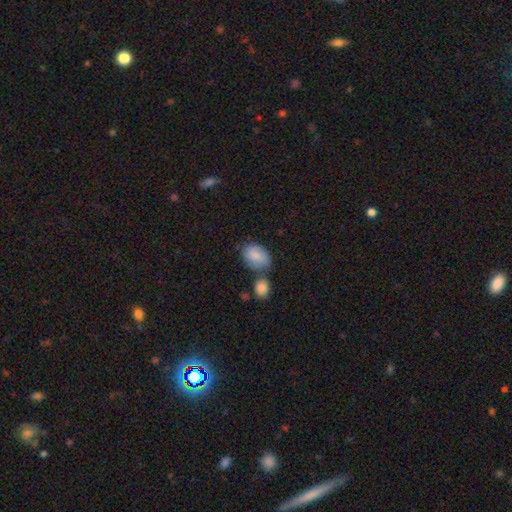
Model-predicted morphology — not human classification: type=smooth (84%); roundness=in between (86%); merging=none (51%).